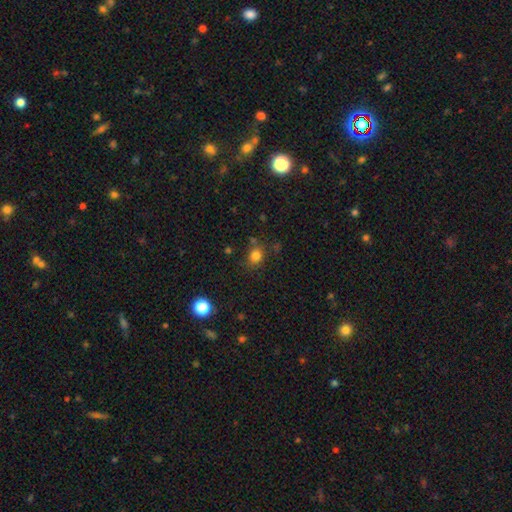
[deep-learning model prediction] Smooth or featured? Predicted: smooth (p=0.79). How rounded? Predicted: round (p=0.73). Merging? Predicted: none (p=0.74).